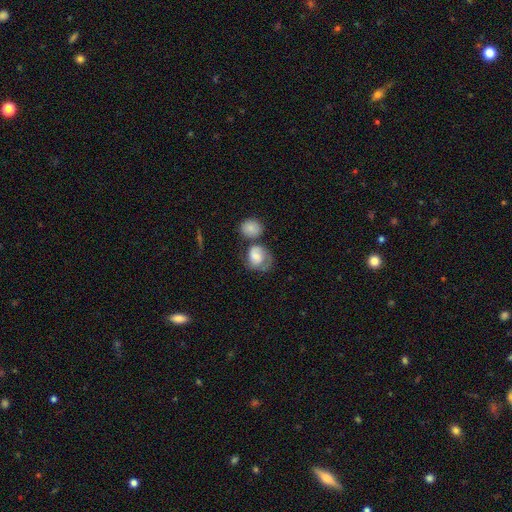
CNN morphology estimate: type=smooth (53%); roundness=round (58%); merging=none (36%).